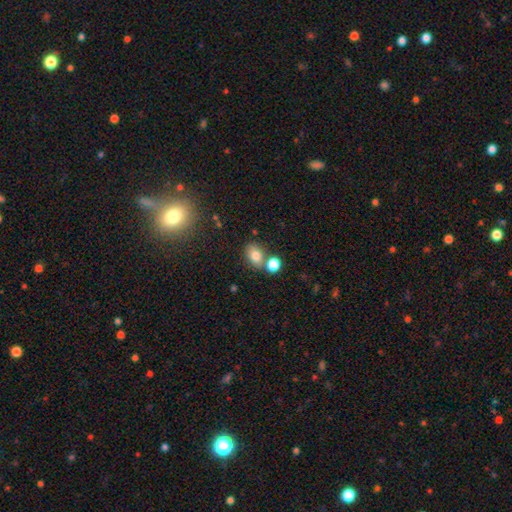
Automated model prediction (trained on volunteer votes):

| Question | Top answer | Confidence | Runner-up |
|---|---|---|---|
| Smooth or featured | smooth | 78% | star or artifact (12%) |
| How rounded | in between | 67% | round (32%) |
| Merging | none | 64% | merger (20%) |